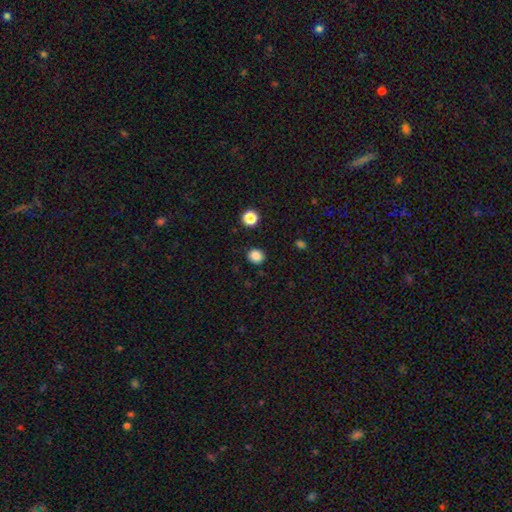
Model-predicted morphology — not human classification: This appears to be a smooth galaxy with no disk features (86%) that is round (82%). Merging: none (90%).